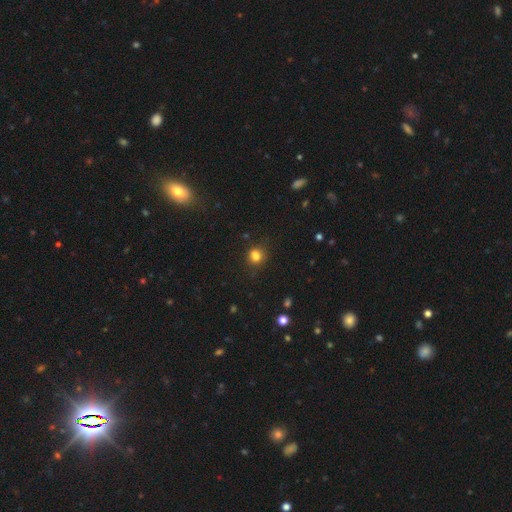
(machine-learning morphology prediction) smooth 81%, star or artifact 14%, featured or disk 5%. Down the decision tree: how rounded — round (68%); merging — none (74%).